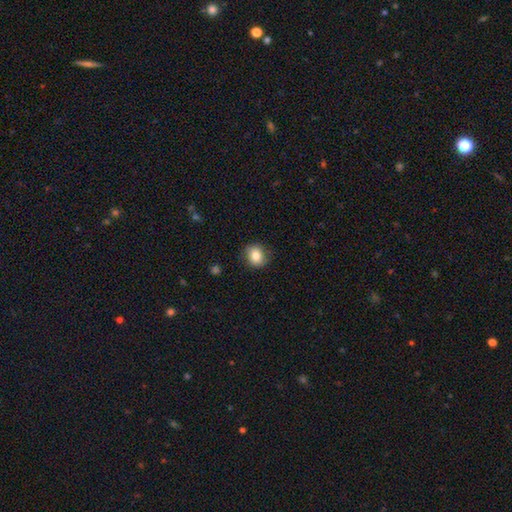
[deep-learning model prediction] Q: Smooth or featured?
A: smooth (81%); runner-up: star or artifact (10%)
Q: How rounded?
A: round (72%); runner-up: in between (27%)
Q: Merging?
A: none (83%); runner-up: minor disturbance (13%)